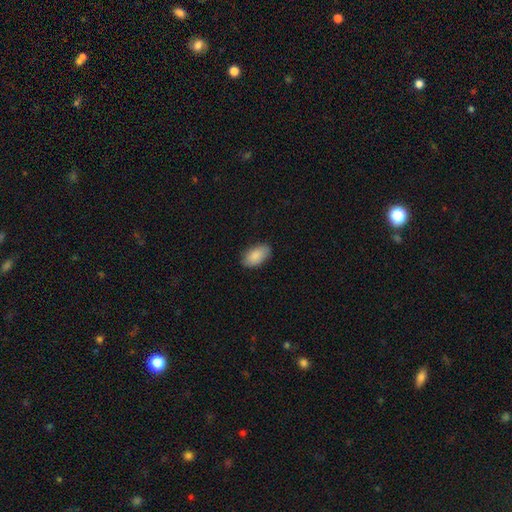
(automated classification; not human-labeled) Q: Smooth or featured?
A: smooth (89%); runner-up: star or artifact (6%)
Q: How rounded?
A: in between (95%); runner-up: round (4%)
Q: Merging?
A: none (84%); runner-up: minor disturbance (12%)